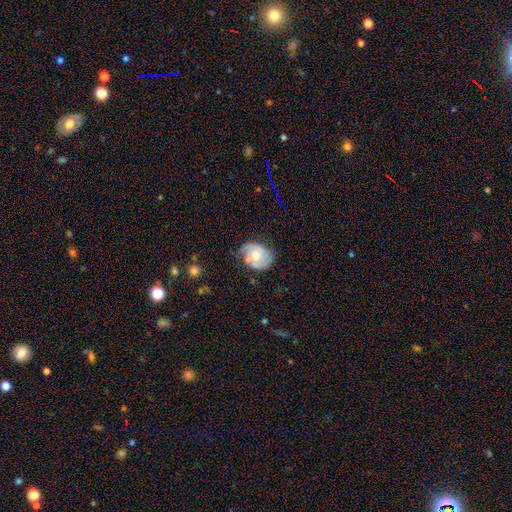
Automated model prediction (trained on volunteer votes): This appears to be a featured or disk galaxy (54%) with no bar (69%), spiral arms (75%) and a moderate central bulge (62%). Merging: none (54%).